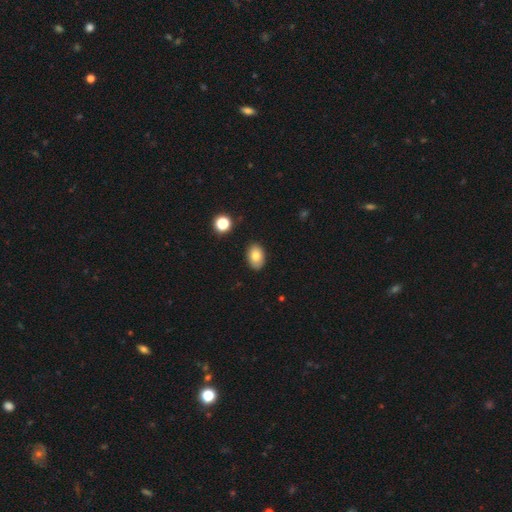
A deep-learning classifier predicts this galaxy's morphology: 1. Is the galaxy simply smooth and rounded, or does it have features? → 82% smooth, 10% featured or disk, 9% star or artifact.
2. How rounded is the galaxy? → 86% in between, 12% round, 1% cigar-shaped.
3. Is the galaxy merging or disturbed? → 87% none, 9% minor disturbance, 2% major disturbance, 1% merger.